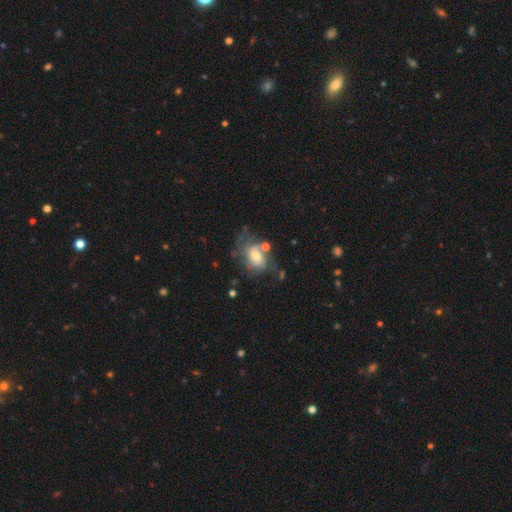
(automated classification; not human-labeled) Smooth or featured? Predicted: featured or disk (p=0.58). Edge-on disk? Predicted: no (p=0.96). Bar? Predicted: no (p=0.64). Spiral arms? Predicted: yes (p=0.72). Bulge size? Predicted: moderate (p=0.56). Merging? Predicted: none (p=0.38).